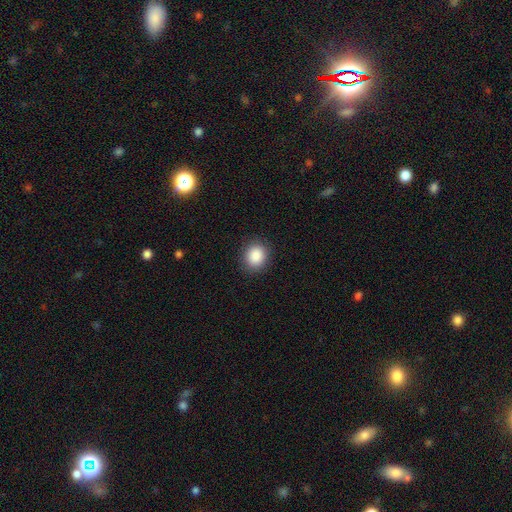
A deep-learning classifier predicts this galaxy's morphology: type=smooth (88%); roundness=round (73%); merging=none (89%).